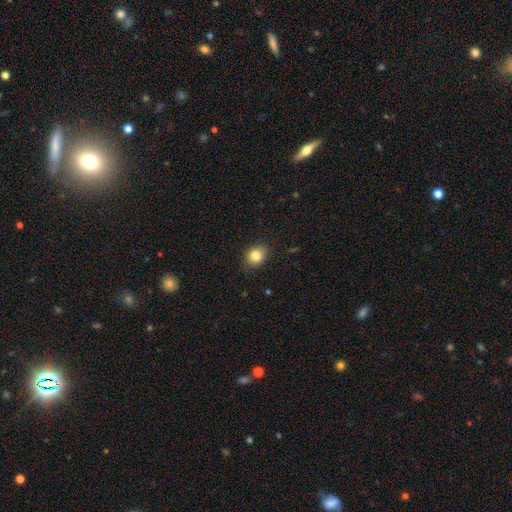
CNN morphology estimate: This is clearly a smooth galaxy (83%). How rounded: possibly round (51%). Merging: clearly none (85%).